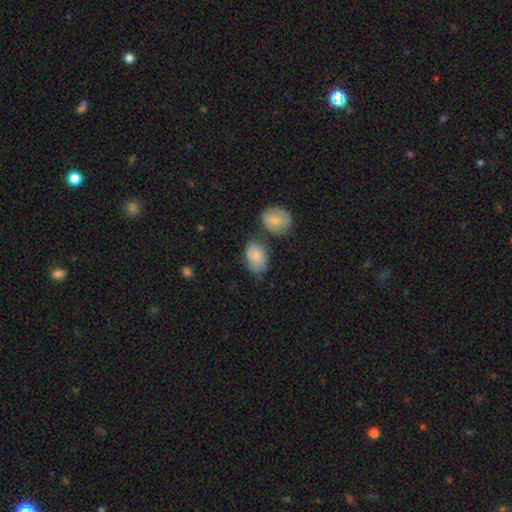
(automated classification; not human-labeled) Q: Smooth or featured?
A: smooth (79%); runner-up: featured or disk (14%)
Q: How rounded?
A: in between (82%); runner-up: round (16%)
Q: Merging?
A: none (49%); runner-up: minor disturbance (25%)